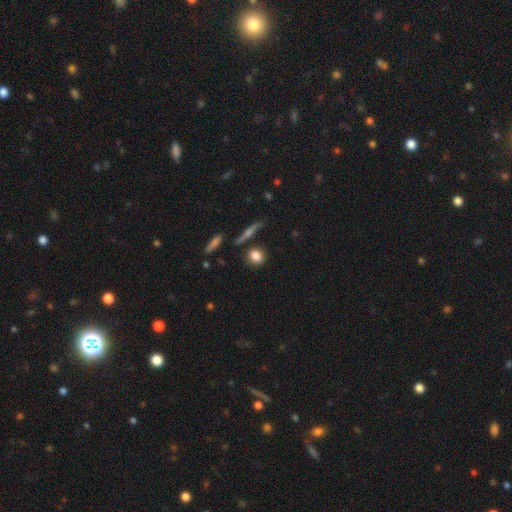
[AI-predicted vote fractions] Overall: smooth (83%). How rounded: round (72%). Merging: none (76%).